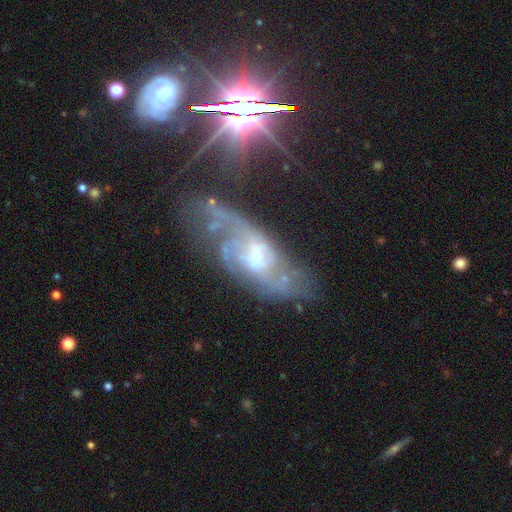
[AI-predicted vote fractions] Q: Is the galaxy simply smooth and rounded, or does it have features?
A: featured or disk — 74%.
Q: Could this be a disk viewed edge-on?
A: no — 91%.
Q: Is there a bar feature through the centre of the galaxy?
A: weak — 43%.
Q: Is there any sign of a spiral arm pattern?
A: yes — 77%.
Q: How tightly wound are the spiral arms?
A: loose — 40%.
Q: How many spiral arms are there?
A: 2 — 36%, tied with can't tell.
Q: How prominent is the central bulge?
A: moderate — 40%.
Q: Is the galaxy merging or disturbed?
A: none — 39%.